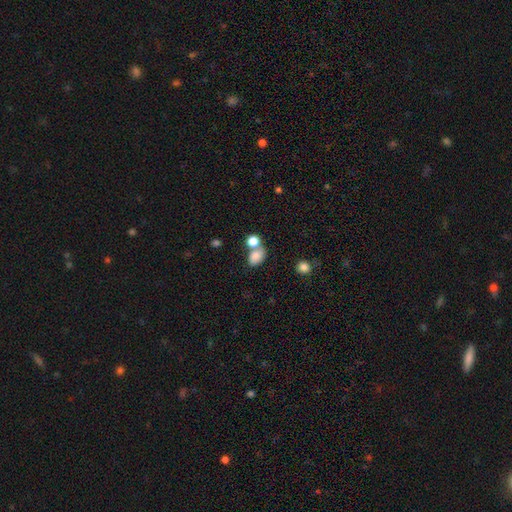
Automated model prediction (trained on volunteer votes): This is clearly a smooth galaxy (81%). How rounded: likely in between (71%). Merging: marginally none (43%).